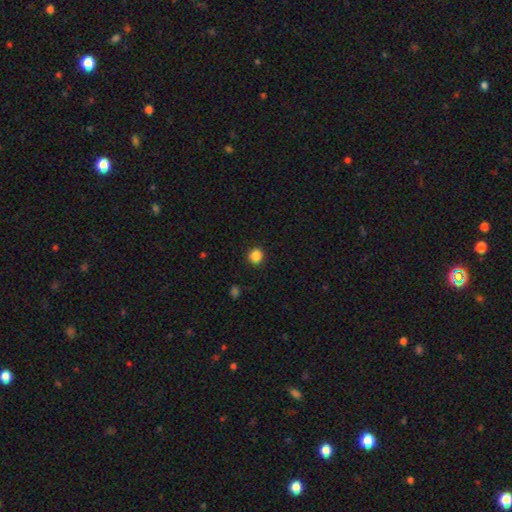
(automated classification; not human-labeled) Smooth or featured: smooth — 86% (star or artifact — 11%)
How rounded: round — 89% (in between — 10%)
Merging: none — 92% (minor disturbance — 5%)